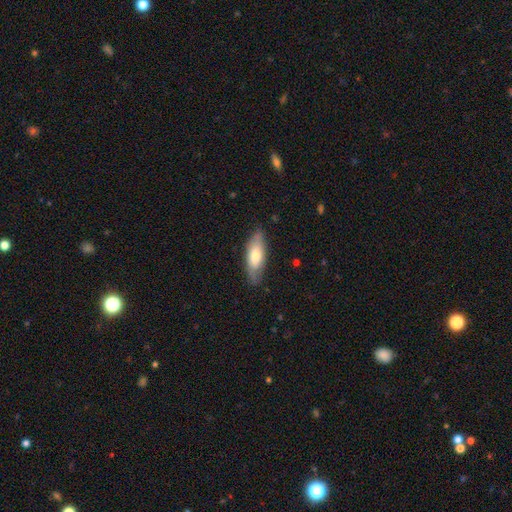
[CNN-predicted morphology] smooth 64%, featured or disk 30%, star or artifact 6%. Down the decision tree: how rounded — in between (69%); merging — none (78%).